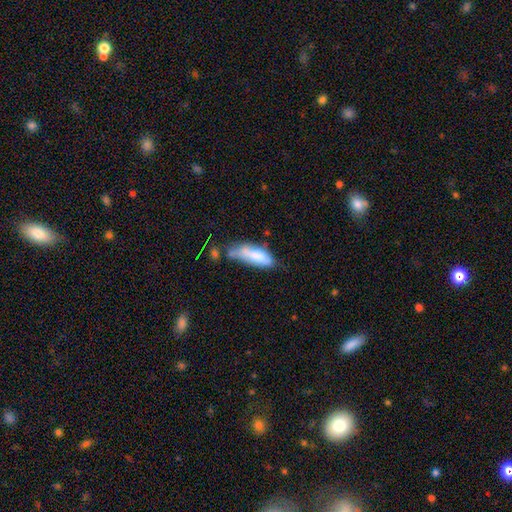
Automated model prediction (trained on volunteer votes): smooth_or_featured: smooth (p=0.74) [alt: featured or disk p=0.19]
how_rounded: in between (p=0.56) [alt: cigar-shaped p=0.42]
merging: minor disturbance (p=0.34) [alt: none p=0.32]